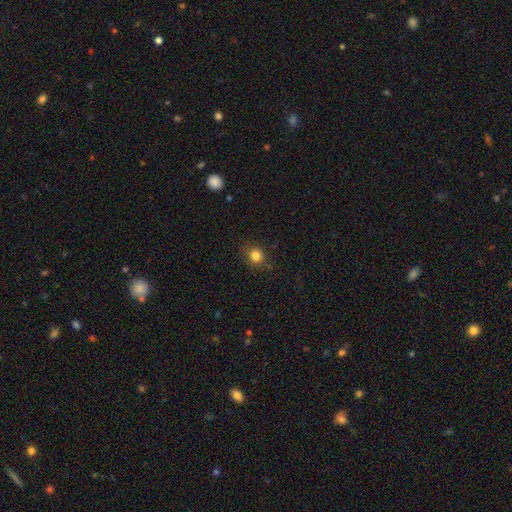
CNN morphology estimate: A smooth galaxy with no disk features (83%) that is round (87%).

Vote fractions:
- Smooth or featured? smooth: 83% / star or artifact: 12% / featured or disk: 5%
- How rounded? round: 87% / in between: 12% / cigar-shaped: 1%
- Merging? none: 84% / minor disturbance: 11% / major disturbance: 3% / merger: 2%